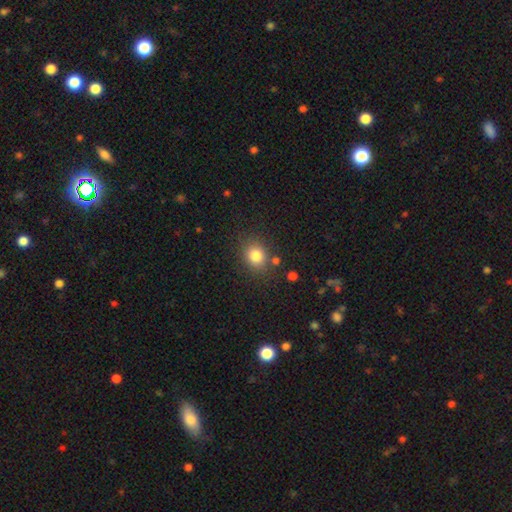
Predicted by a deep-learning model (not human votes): Smooth or featured?
  - smooth: 82% *
  - star or artifact: 12%
  - featured or disk: 7%
How rounded?
  - round: 68% *
  - in between: 31%
  - cigar-shaped: 1%
Merging?
  - none: 79% *
  - minor disturbance: 12%
  - merger: 6%
  - major disturbance: 4%